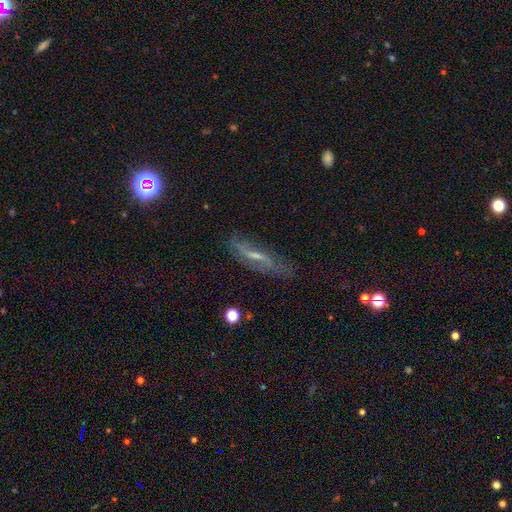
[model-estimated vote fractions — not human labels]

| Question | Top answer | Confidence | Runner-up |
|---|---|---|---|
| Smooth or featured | featured or disk | 66% | smooth (23%) |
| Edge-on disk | no | 67% | yes (33%) |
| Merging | none | 68% | minor disturbance (21%) |